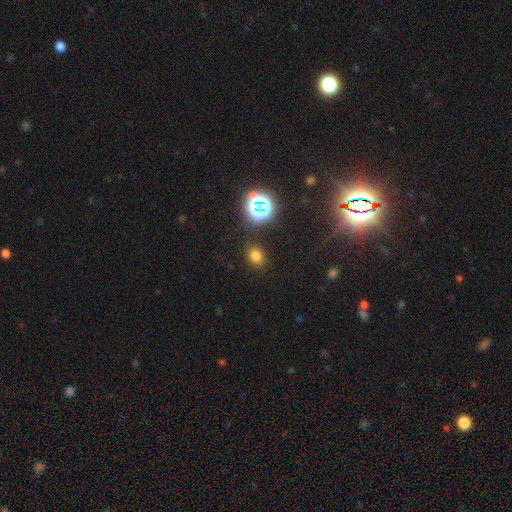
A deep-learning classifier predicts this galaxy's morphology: smooth 72%, star or artifact 22%, featured or disk 6%. Down the decision tree: how rounded — round (53%); merging — none (85%).